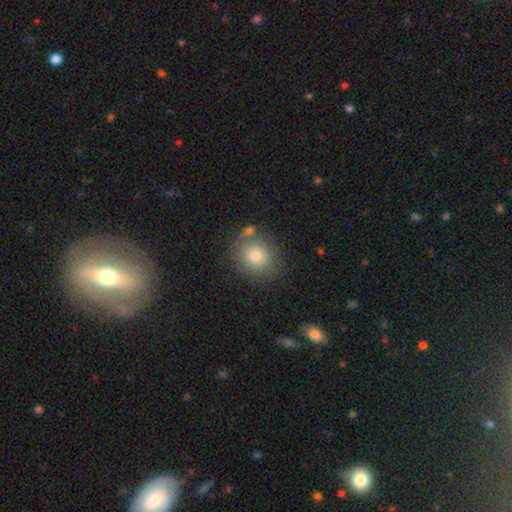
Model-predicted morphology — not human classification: This is likely a smooth galaxy (79%). How rounded: likely round (78%). Merging: likely none (75%).